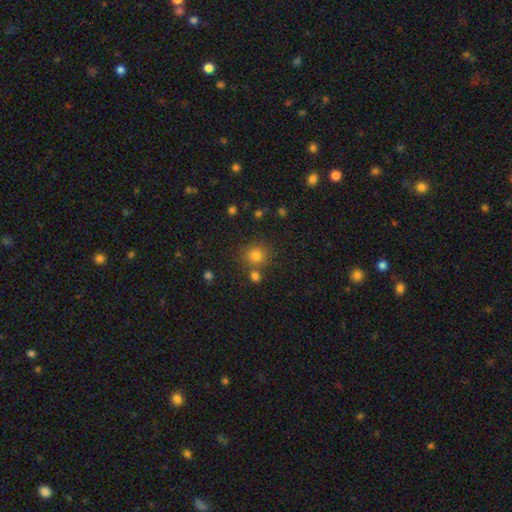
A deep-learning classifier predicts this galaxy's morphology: type=smooth (79%); roundness=round (87%); merging=none (73%).